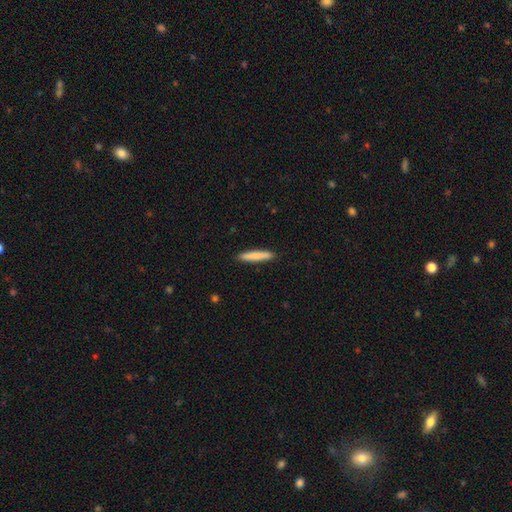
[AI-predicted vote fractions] Morphology: type=smooth (80%); roundness=cigar-shaped (92%); merging=none (91%).